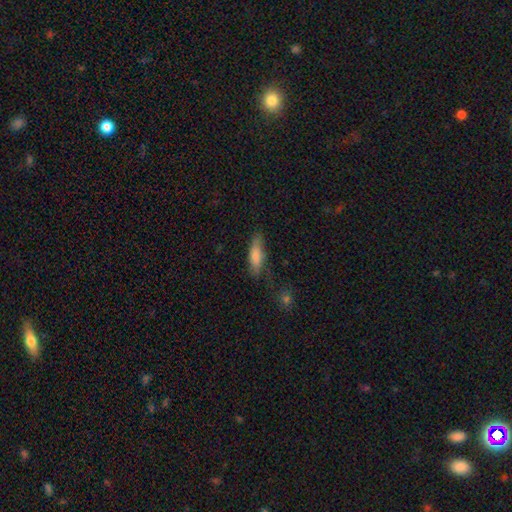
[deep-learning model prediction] smooth-or-featured: smooth: 76% | featured or disk: 17% | star or artifact: 7%
  how-rounded: cigar-shaped: 58% | in between: 40% | round: 2%
  merging: none: 68% | minor disturbance: 22% | major disturbance: 6% | merger: 3%